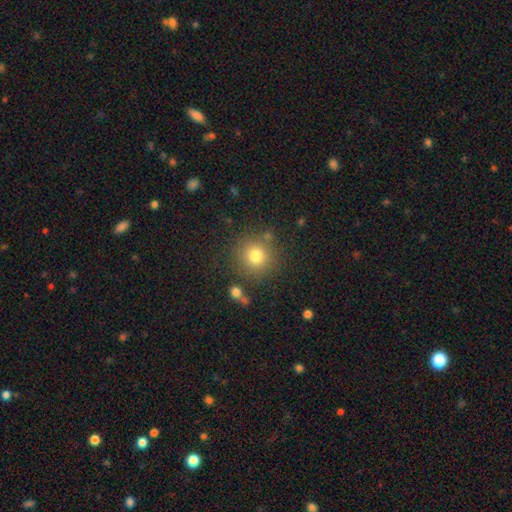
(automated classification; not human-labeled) smooth 78%, star or artifact 13%, featured or disk 9%. Down the decision tree: how rounded — round (93%); merging — none (81%).